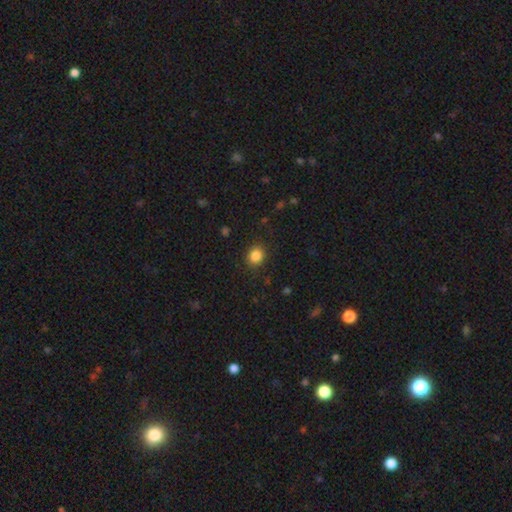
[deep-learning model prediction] This appears to be a smooth galaxy with no disk features (86%) that is round (69%). Merging: none (88%).